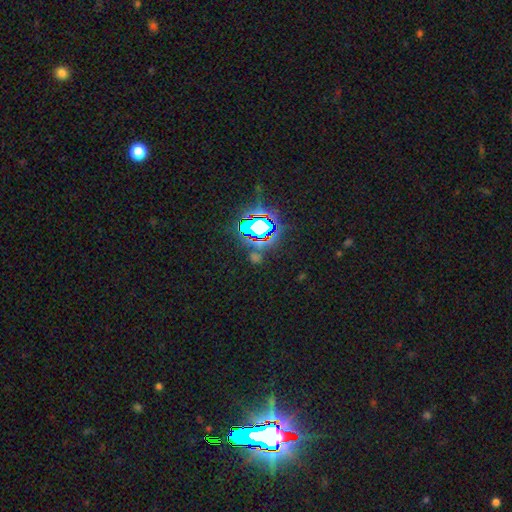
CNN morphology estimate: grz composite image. It shows a star or artifact, not a galaxy (70%).